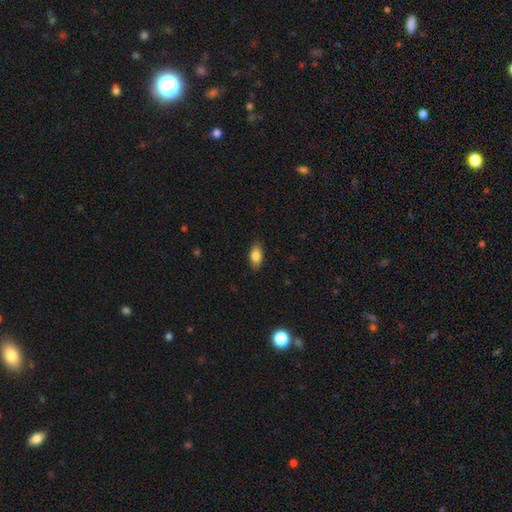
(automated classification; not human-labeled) This is clearly a smooth galaxy (83%). How rounded: clearly in between (90%). Merging: clearly none (86%).